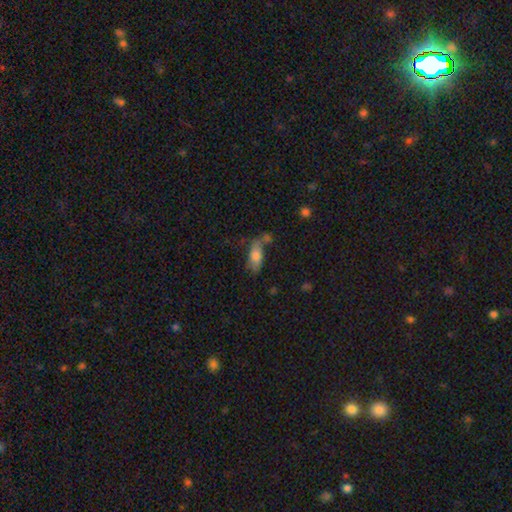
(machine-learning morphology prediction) smooth 71%, featured or disk 20%, star or artifact 9%. Down the decision tree: how rounded — in between (82%); merging — none (41%).